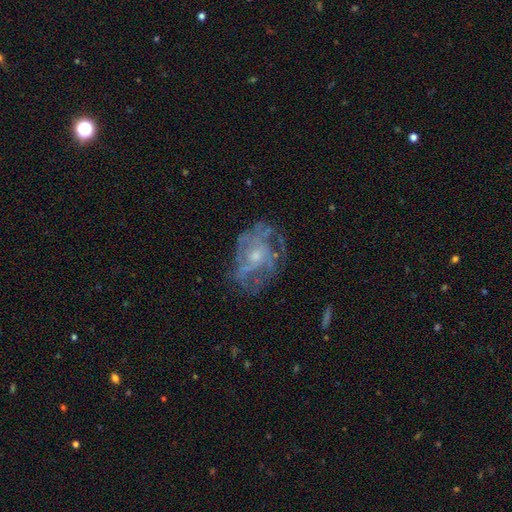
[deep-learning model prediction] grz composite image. It shows a featured or disk galaxy (73%) with no bar (77%), spiral arms (59%) and a small central bulge (55%). Merging: none (61%).